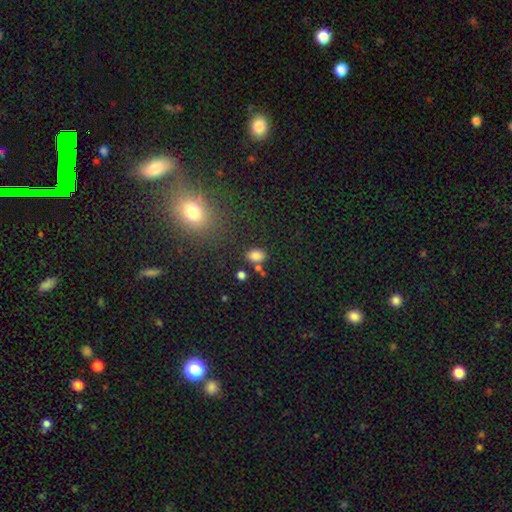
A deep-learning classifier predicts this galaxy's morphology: Smooth or featured: smooth — 82% (star or artifact — 13%)
How rounded: in between — 74% (round — 24%)
Merging: none — 72% (minor disturbance — 13%)